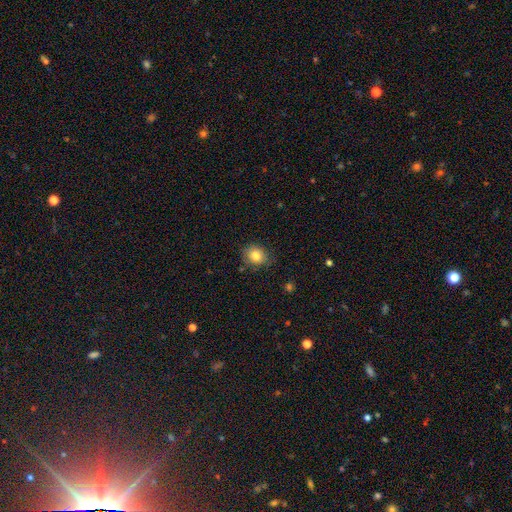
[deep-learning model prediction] The model was most divided on "how rounded": round: 62%, in between: 37%, cigar-shaped: 1%. More confident: smooth or featured — smooth (82%); merging — none (79%).